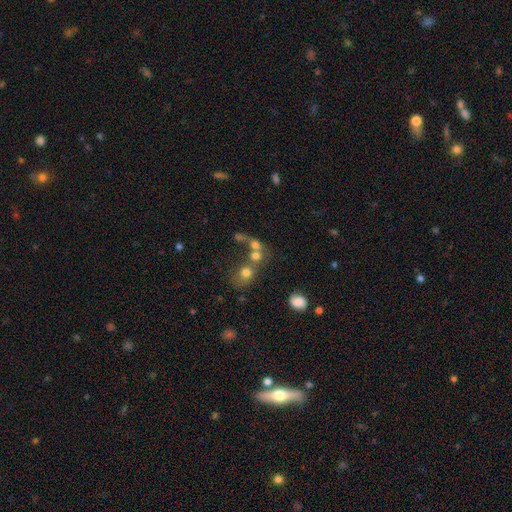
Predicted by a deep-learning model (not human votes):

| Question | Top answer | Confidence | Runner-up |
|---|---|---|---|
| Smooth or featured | smooth | 65% | featured or disk (19%) |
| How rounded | round | 71% | in between (27%) |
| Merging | merger | 56% | none (27%) |